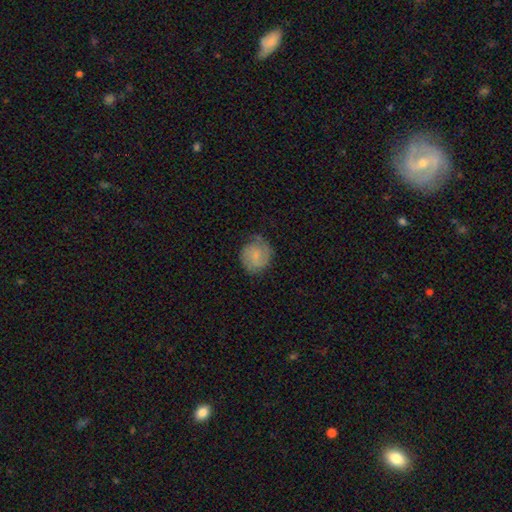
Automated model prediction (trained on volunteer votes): smooth_or_featured: smooth (p=0.52) [alt: featured or disk p=0.40]
how_rounded: round (p=0.84) [alt: in between p=0.15]
merging: none (p=0.70) [alt: minor disturbance p=0.22]